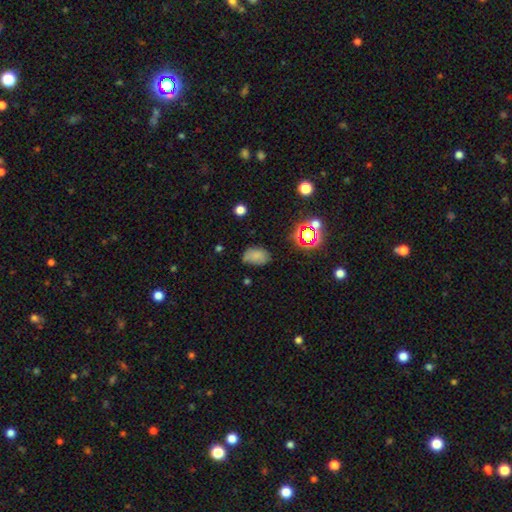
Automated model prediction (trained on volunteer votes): Q: Smooth or featured?
A: smooth (74%); runner-up: star or artifact (16%)
Q: How rounded?
A: in between (86%); runner-up: round (13%)
Q: Merging?
A: none (64%); runner-up: minor disturbance (26%)